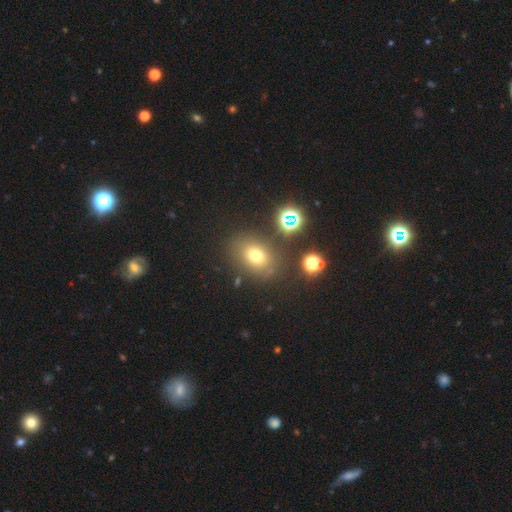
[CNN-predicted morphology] smooth 69%, star or artifact 20%, featured or disk 11%. Down the decision tree: how rounded — in between (56%); merging — none (77%).